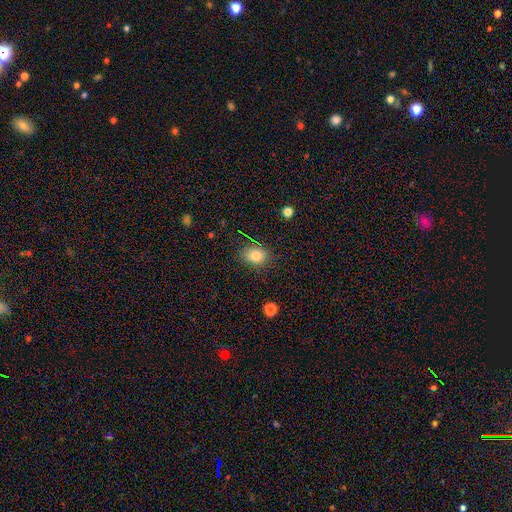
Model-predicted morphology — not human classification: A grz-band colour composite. It shows a smooth galaxy with no disk features (81%) that is in between round and cigar-shaped (56%). Merging: none (84%).